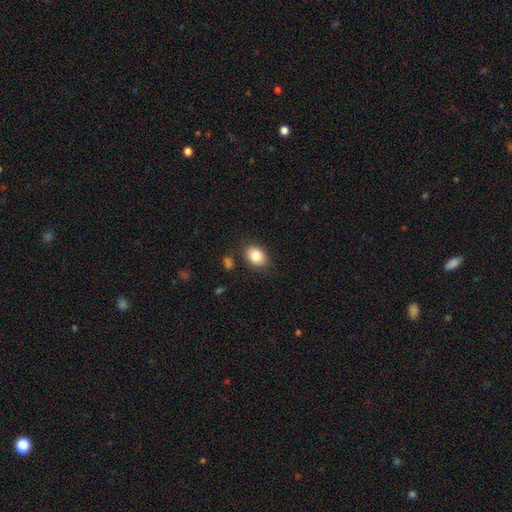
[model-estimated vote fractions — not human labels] A smooth galaxy with no disk features (84%) that is in between round and cigar-shaped (61%). Merging: none (82%).